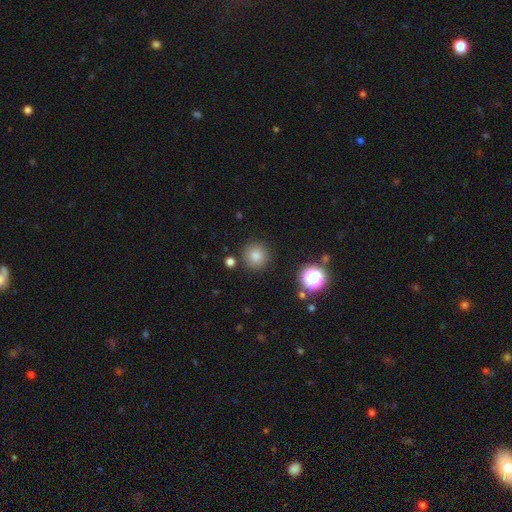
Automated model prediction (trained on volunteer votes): A smooth galaxy with no disk features (82%) that is round (94%). Merging: none (87%).